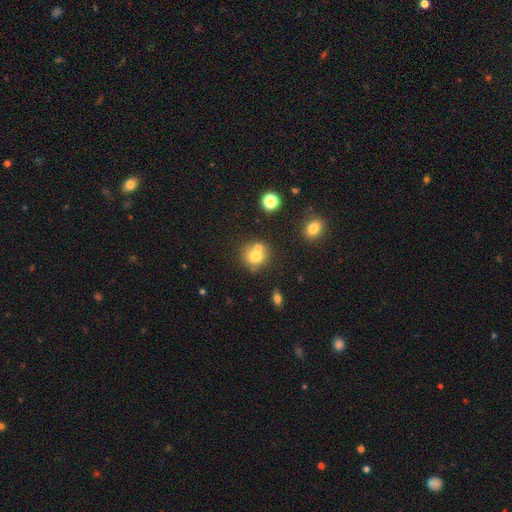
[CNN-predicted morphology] A smooth galaxy with no disk features (72%) that is round (87%). Merging: none (54%).